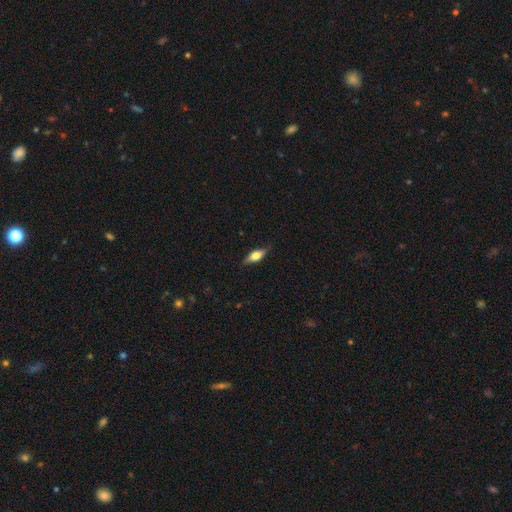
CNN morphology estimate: Q: Smooth or featured?
A: smooth (51%); runner-up: featured or disk (43%)
Q: How rounded?
A: in between (63%); runner-up: cigar-shaped (33%)
Q: Merging?
A: none (80%); runner-up: minor disturbance (16%)